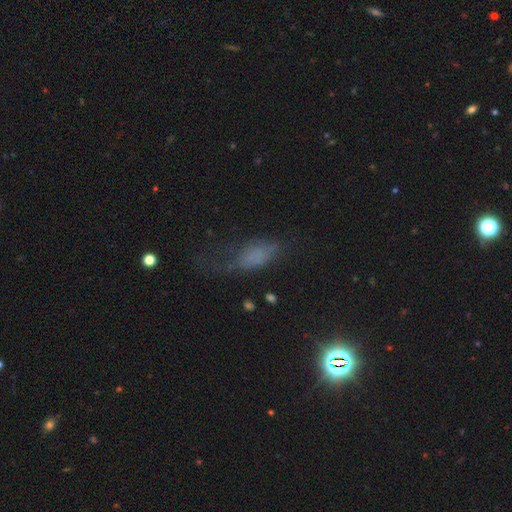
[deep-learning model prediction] Overall: smooth (61%; featured or disk 22%). How rounded: in between (77%). Merging: none (36%; major disturbance 34%).